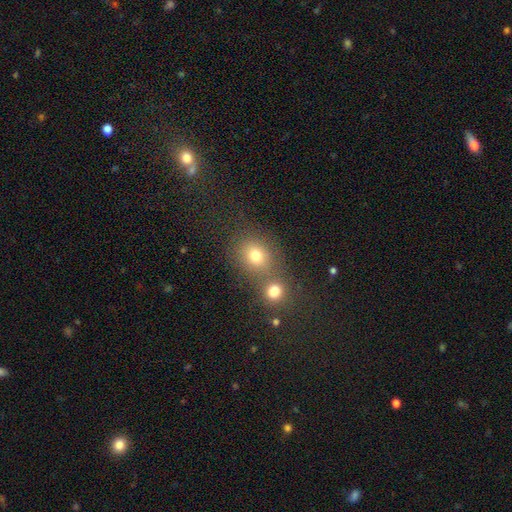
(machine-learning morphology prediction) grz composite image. It shows a smooth galaxy with no disk features (76%) that is round (68%). Merging: none (51%).